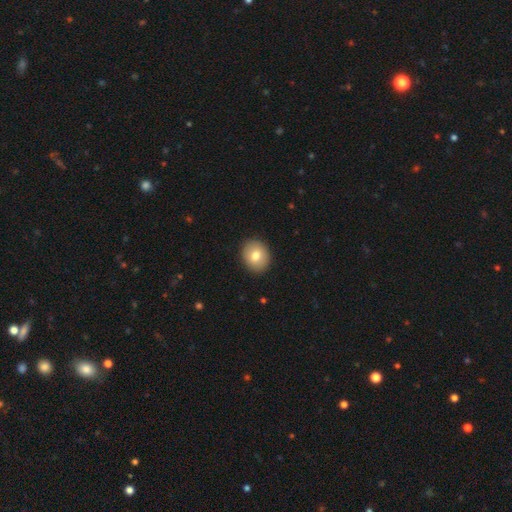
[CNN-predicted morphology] Q: Smooth or featured?
A: smooth (77%); runner-up: featured or disk (15%)
Q: How rounded?
A: round (60%); runner-up: in between (39%)
Q: Merging?
A: none (90%); runner-up: minor disturbance (7%)